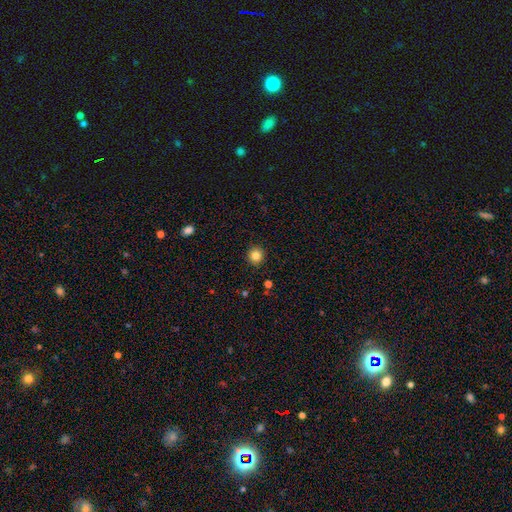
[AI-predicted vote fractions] This appears to be a smooth galaxy with no disk features (84%) that is round (94%). Merging: none (92%).